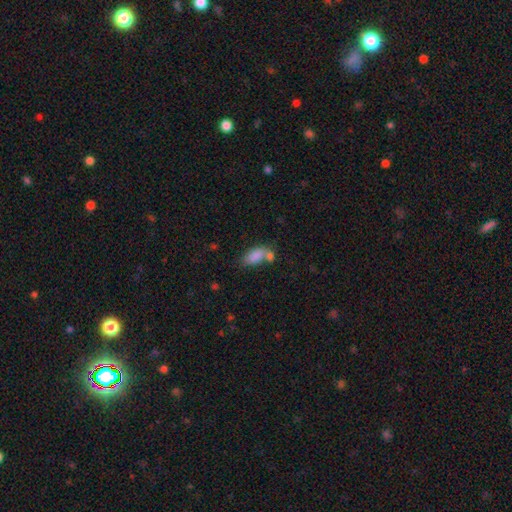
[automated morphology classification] Overall: smooth (83%). How rounded: in between (89%). Merging: none (41%; merger 37%).